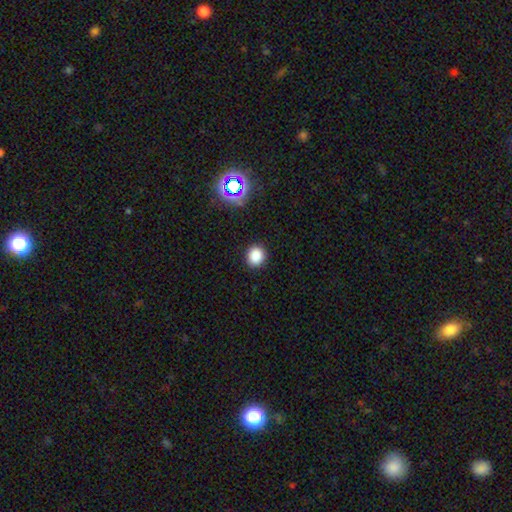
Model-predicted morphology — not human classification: Smooth or featured?
  - smooth: 83% *
  - star or artifact: 13%
  - featured or disk: 4%
How rounded?
  - round: 81% *
  - in between: 18%
  - cigar-shaped: 1%
Merging?
  - none: 90% *
  - minor disturbance: 7%
  - major disturbance: 2%
  - merger: 1%